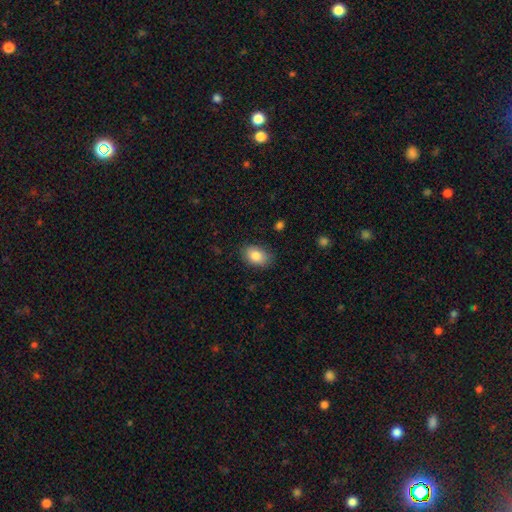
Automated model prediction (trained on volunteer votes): The model was most divided on "how rounded": in between: 84%, round: 15%, cigar-shaped: 1%. More confident: smooth or featured — smooth (84%); merging — none (83%).